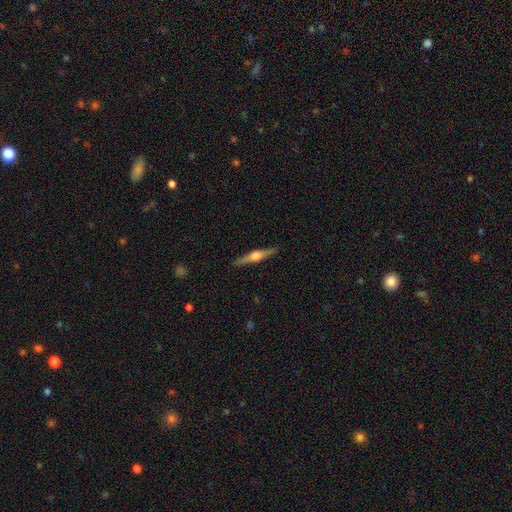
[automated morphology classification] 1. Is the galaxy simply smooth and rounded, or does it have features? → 74% featured or disk, 21% smooth, 5% star or artifact.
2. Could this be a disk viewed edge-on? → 98% yes, 2% no.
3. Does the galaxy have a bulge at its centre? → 92% rounded, 6% boxy, 2% none.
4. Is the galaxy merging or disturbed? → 91% none, 7% minor disturbance, 1% major disturbance, 1% merger.